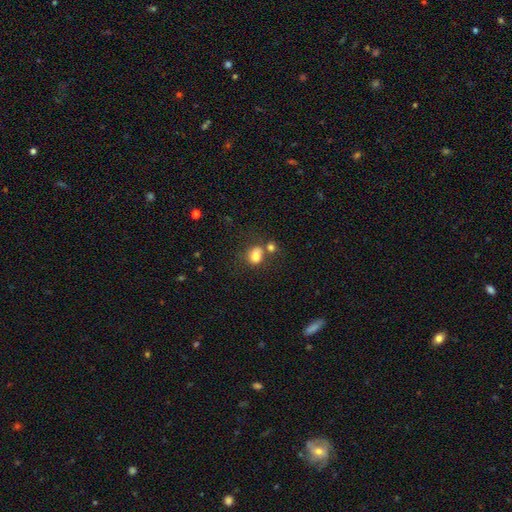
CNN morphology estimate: The model was most divided on "merging": none: 45%, merger: 32%, minor disturbance: 16%, major disturbance: 7%. More confident: smooth or featured — smooth (80%); how rounded — in between (60%).